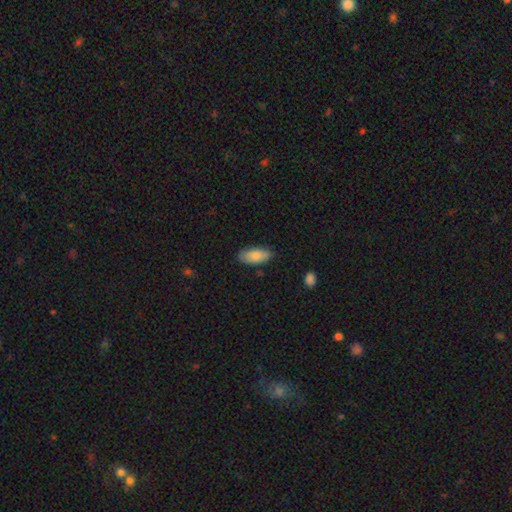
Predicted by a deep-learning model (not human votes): Overall: smooth (83%). How rounded: in between (88%). Merging: none (82%).